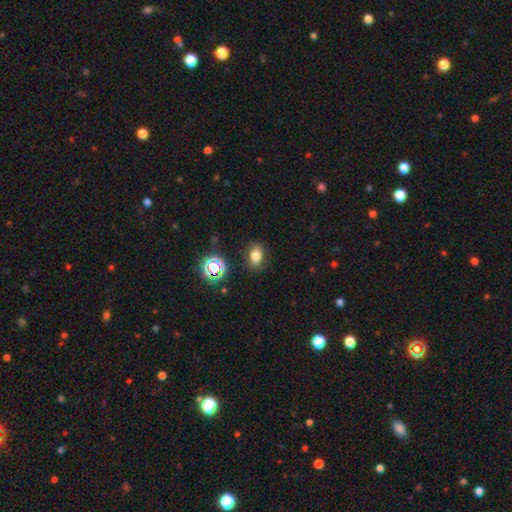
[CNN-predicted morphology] Smooth or featured?
  - smooth: 74% *
  - star or artifact: 18%
  - featured or disk: 9%
How rounded?
  - in between: 78% *
  - round: 21%
  - cigar-shaped: 2%
Merging?
  - none: 82% *
  - minor disturbance: 12%
  - major disturbance: 4%
  - merger: 2%